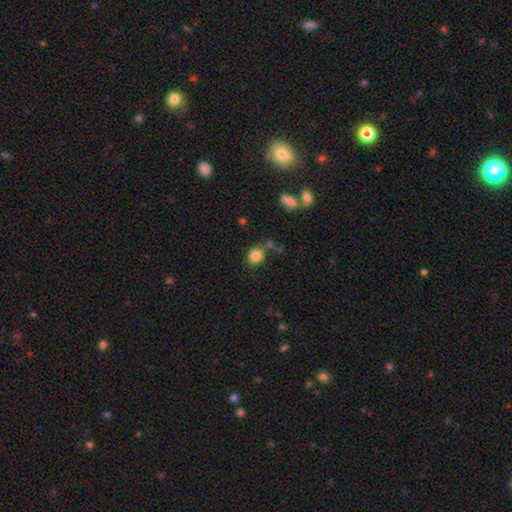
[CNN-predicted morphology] The model was most divided on "how rounded": round: 69%, in between: 29%, cigar-shaped: 1%. More confident: smooth or featured — smooth (84%); merging — none (70%).